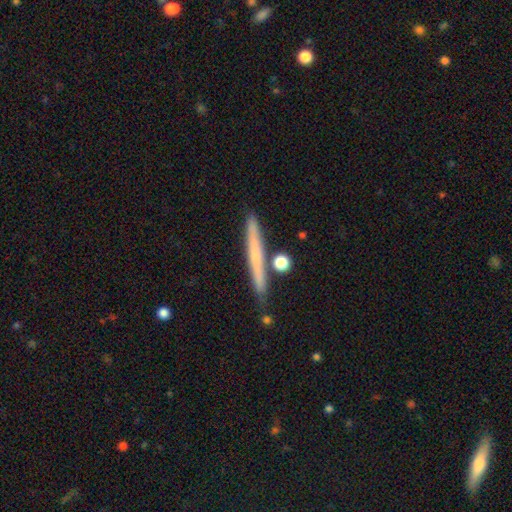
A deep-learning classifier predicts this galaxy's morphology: The model was most divided on "smooth or featured": smooth: 49%, featured or disk: 44%, star or artifact: 7%. More confident: merging — none (84%).